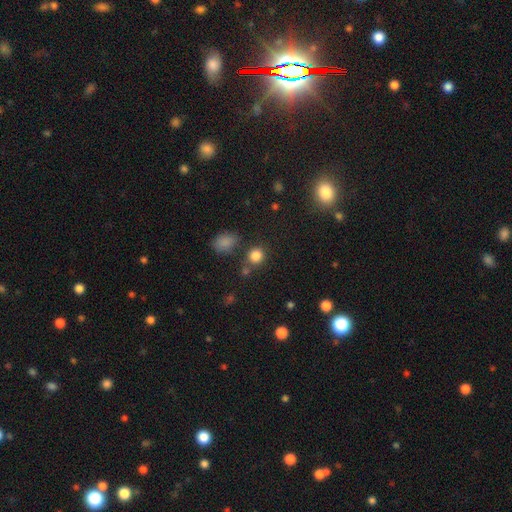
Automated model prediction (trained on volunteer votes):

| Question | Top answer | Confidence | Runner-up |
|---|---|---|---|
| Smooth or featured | smooth | 82% | star or artifact (13%) |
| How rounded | round | 83% | in between (16%) |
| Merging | none | 74% | merger (11%) |